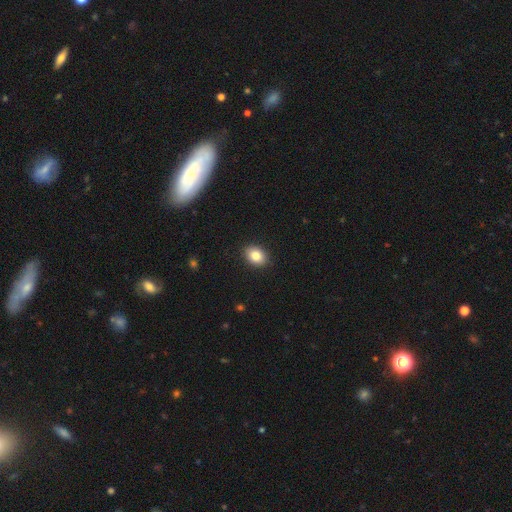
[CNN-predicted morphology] Smooth or featured?
  - smooth: 85% *
  - star or artifact: 9%
  - featured or disk: 7%
How rounded?
  - in between: 62% *
  - round: 37%
  - cigar-shaped: 1%
Merging?
  - none: 90% *
  - minor disturbance: 7%
  - major disturbance: 2%
  - merger: 1%